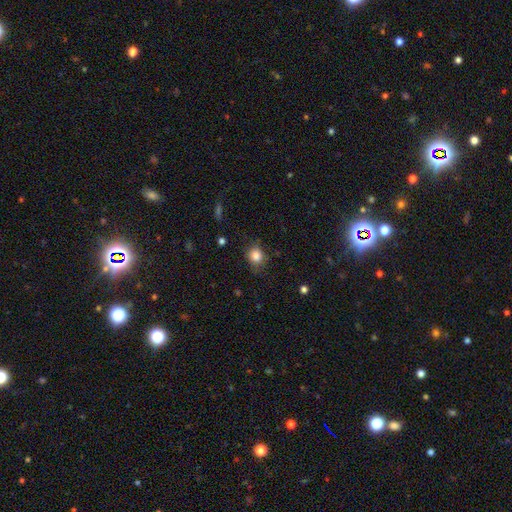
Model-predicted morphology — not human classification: Smooth or featured? smooth (84%)
How rounded? round (67%)
Merging? none (77%)